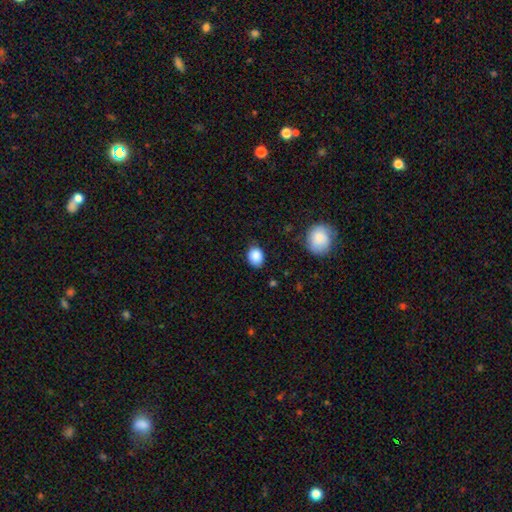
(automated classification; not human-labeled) Smooth or featured?
  - smooth: 87% *
  - star or artifact: 9%
  - featured or disk: 4%
How rounded?
  - in between: 52% *
  - round: 47%
  - cigar-shaped: 1%
Merging?
  - none: 79% *
  - minor disturbance: 16%
  - major disturbance: 3%
  - merger: 1%